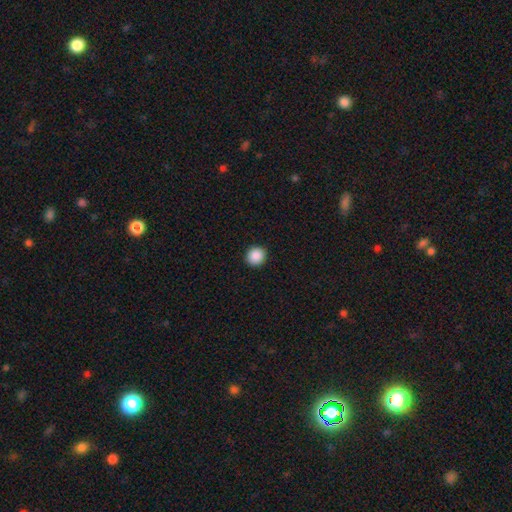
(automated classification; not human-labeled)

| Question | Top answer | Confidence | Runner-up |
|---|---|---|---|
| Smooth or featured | smooth | 89% | star or artifact (9%) |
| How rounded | round | 92% | in between (7%) |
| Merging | none | 93% | minor disturbance (5%) |